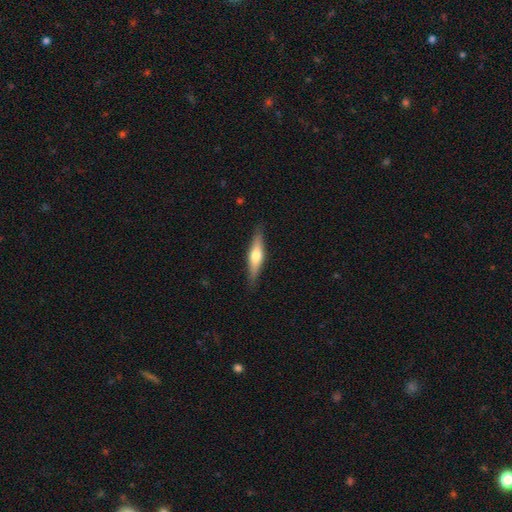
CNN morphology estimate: Smooth or featured? Predicted: featured or disk (p=0.49). Merging? Predicted: none (p=0.87).